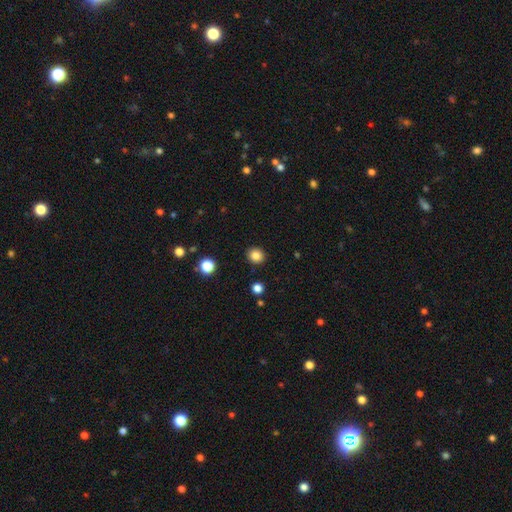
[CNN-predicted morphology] type=smooth (84%); roundness=round (82%); merging=none (91%).